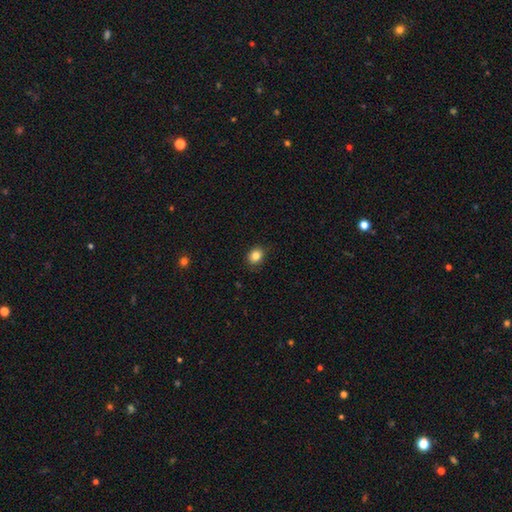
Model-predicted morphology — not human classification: smooth-or-featured: smooth: 84% | star or artifact: 11% | featured or disk: 6%
  how-rounded: round: 63% | in between: 36% | cigar-shaped: 1%
  merging: none: 85% | minor disturbance: 12% | major disturbance: 2% | merger: 1%